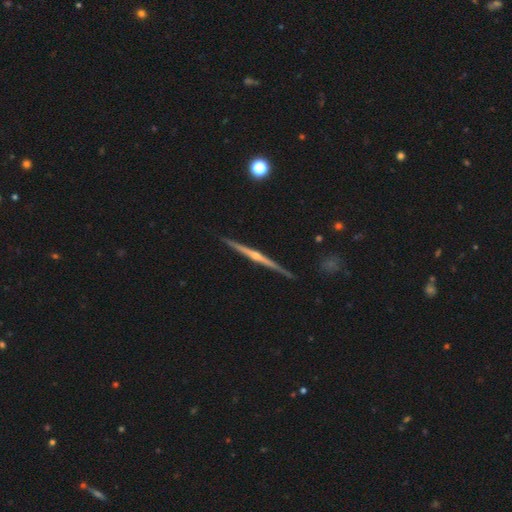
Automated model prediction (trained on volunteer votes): Smooth or featured?
  - featured or disk: 85% *
  - smooth: 10%
  - star or artifact: 6%
Edge-on disk?
  - yes: 99% *
  - no: 1%
Edge-on bulge?
  - rounded: 84% *
  - none: 12%
  - boxy: 4%
Merging?
  - none: 91% *
  - minor disturbance: 6%
  - merger: 1%
  - major disturbance: 1%